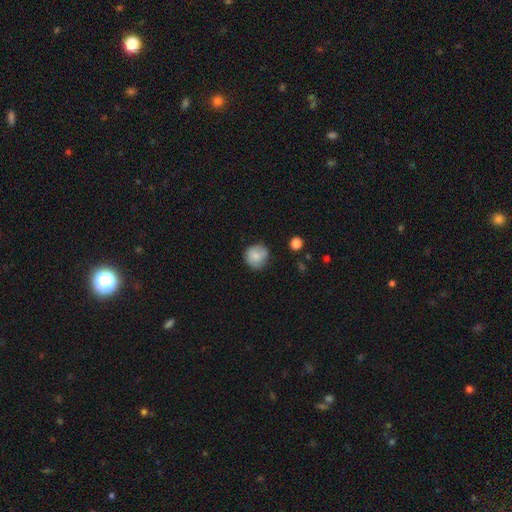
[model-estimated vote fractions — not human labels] Q: Smooth or featured?
A: smooth (80%); runner-up: featured or disk (13%)
Q: How rounded?
A: round (90%); runner-up: in between (9%)
Q: Merging?
A: none (74%); runner-up: minor disturbance (21%)